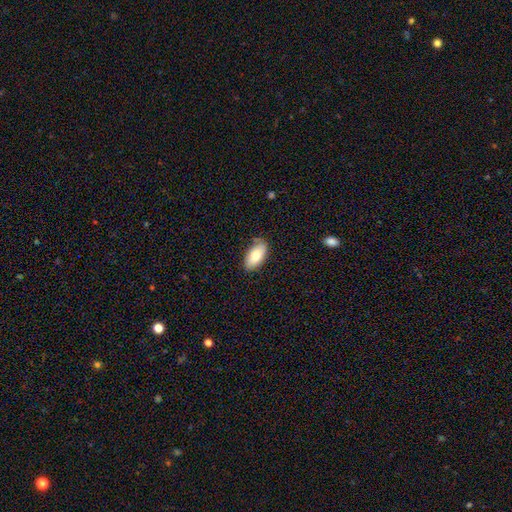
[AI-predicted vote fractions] smooth_or_featured: smooth (p=0.77) [alt: featured or disk p=0.16]
how_rounded: in between (p=0.93) [alt: cigar-shaped p=0.04]
merging: none (p=0.77) [alt: minor disturbance p=0.18]